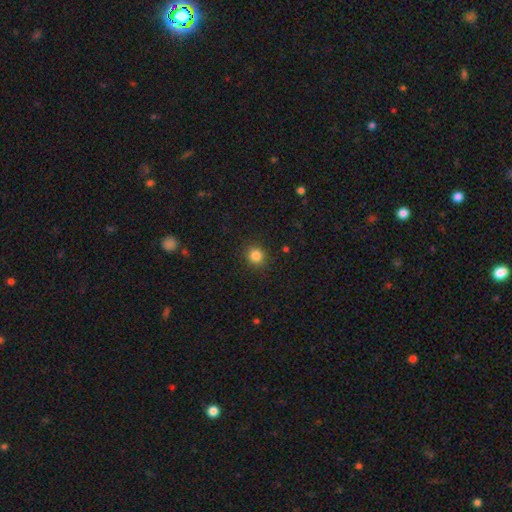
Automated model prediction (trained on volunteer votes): Overall: smooth (84%). How rounded: round (90%). Merging: none (90%).